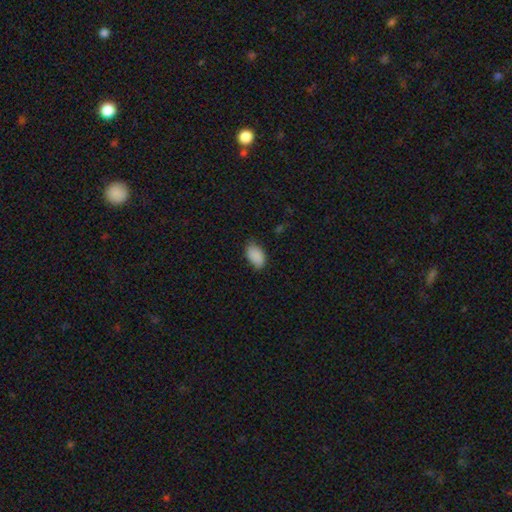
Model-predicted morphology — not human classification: This appears to be a smooth galaxy with no disk features (88%) that is in between round and cigar-shaped (92%). Merging: none (73%).